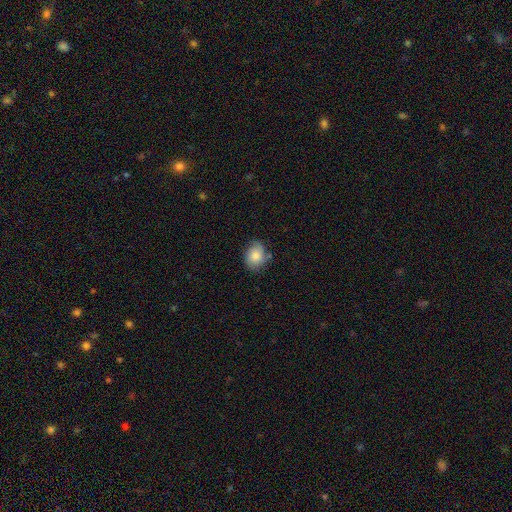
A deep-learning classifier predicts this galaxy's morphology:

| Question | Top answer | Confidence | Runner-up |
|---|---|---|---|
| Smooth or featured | smooth | 80% | featured or disk (13%) |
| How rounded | in between | 54% | round (45%) |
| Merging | none | 69% | minor disturbance (22%) |